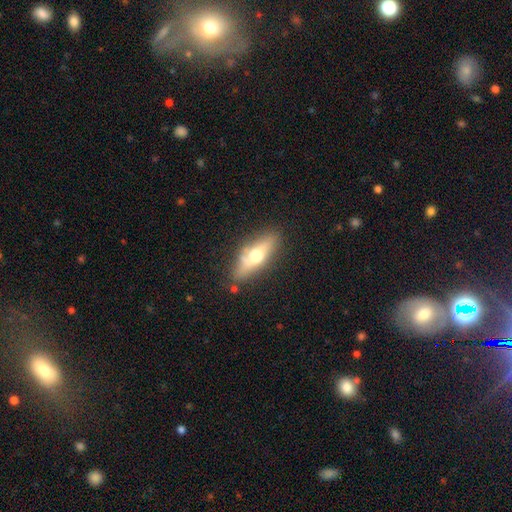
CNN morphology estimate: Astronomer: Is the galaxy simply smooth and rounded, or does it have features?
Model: smooth — 48% (runner-up: featured or disk, 45%).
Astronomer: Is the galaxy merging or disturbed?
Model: none — 71%.